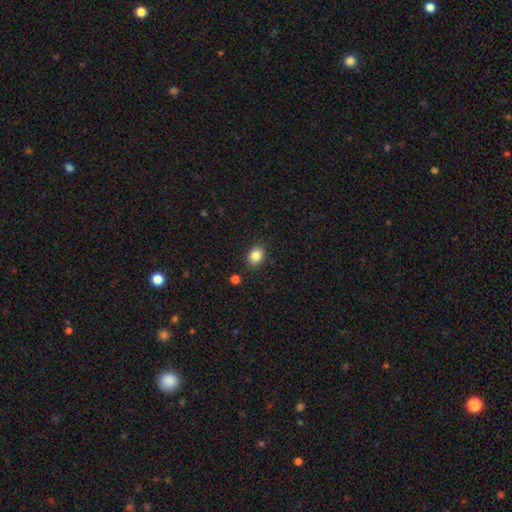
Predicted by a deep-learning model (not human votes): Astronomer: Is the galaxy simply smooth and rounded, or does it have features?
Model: smooth — 85%.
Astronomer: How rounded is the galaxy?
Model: in between — 59% (runner-up: round, 40%).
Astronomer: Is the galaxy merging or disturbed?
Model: none — 86%.